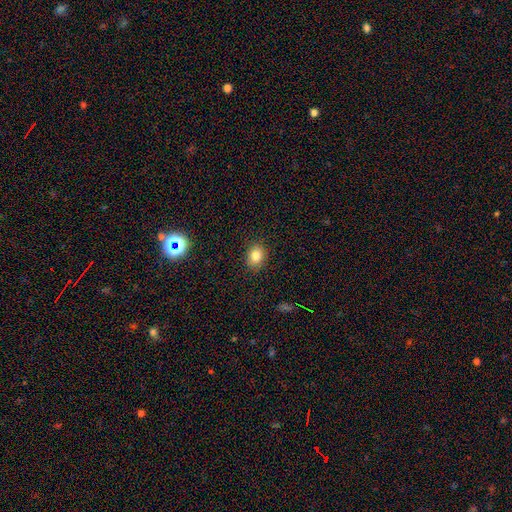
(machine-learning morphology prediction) smooth 82%, star or artifact 11%, featured or disk 7%. Down the decision tree: how rounded — in between (50%); merging — none (88%).